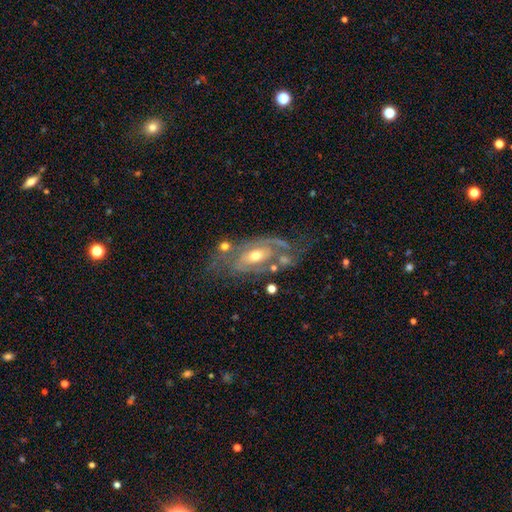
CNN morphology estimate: The model was most divided on "spiral arm count": 2: 45%, can't tell: 28%, 1: 15%, 3: 7%, 4: 3%, more than 4: 3%. More confident: edge-on disk — no (93%); spiral arms — yes (81%); smooth or featured — featured or disk (81%); bulge size — moderate (64%); bar — no (62%); spiral winding — tight (52%); merging — none (50%).